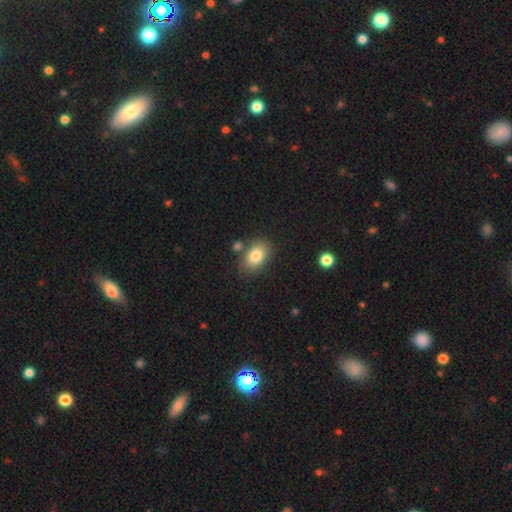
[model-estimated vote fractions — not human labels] Smooth or featured: smooth — 82% (featured or disk — 10%)
How rounded: in between — 85% (round — 14%)
Merging: none — 73% (minor disturbance — 13%)